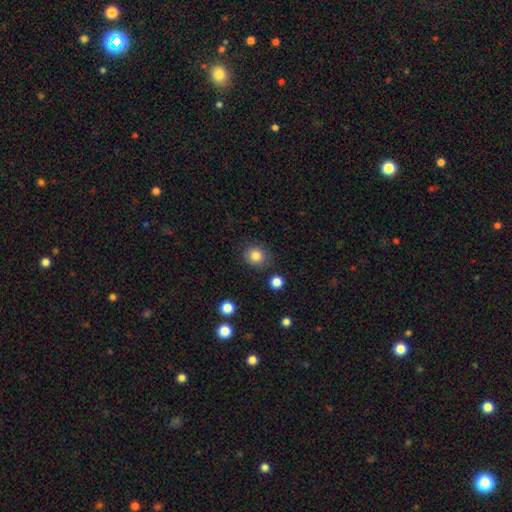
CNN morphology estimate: Smooth or featured: smooth — 85% (star or artifact — 10%)
How rounded: round — 81% (in between — 18%)
Merging: none — 86% (minor disturbance — 9%)